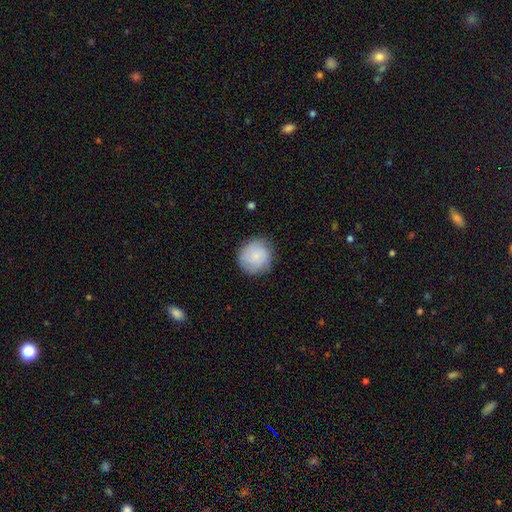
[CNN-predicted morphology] This appears to be a smooth galaxy with no disk features (77%) that is round (90%). Merging: none (82%).